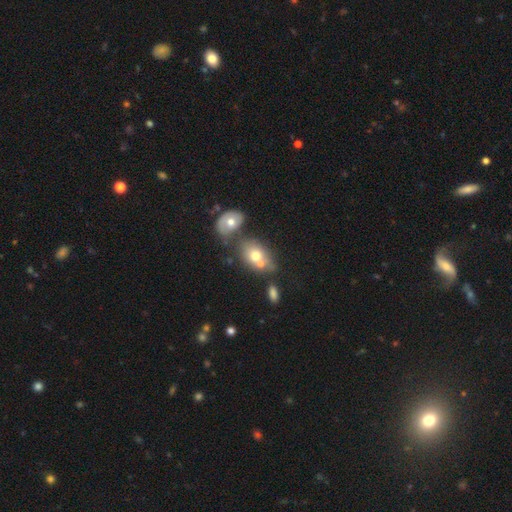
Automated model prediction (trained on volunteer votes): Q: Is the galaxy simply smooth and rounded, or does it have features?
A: smooth — 64%.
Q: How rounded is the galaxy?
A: in between — 68%.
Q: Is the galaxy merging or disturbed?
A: merger — 47%.